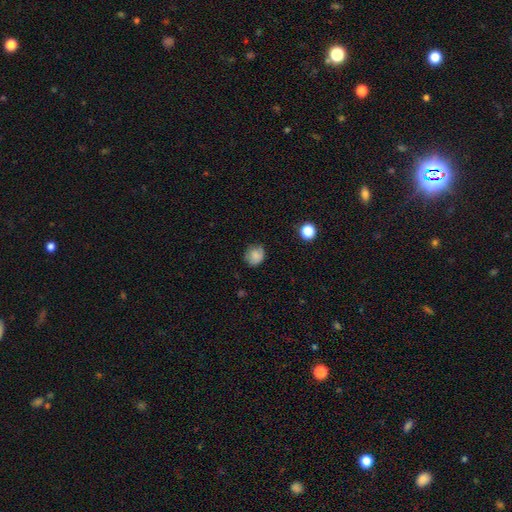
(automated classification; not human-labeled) Morphology: type=smooth (81%); roundness=round (79%); merging=none (75%).